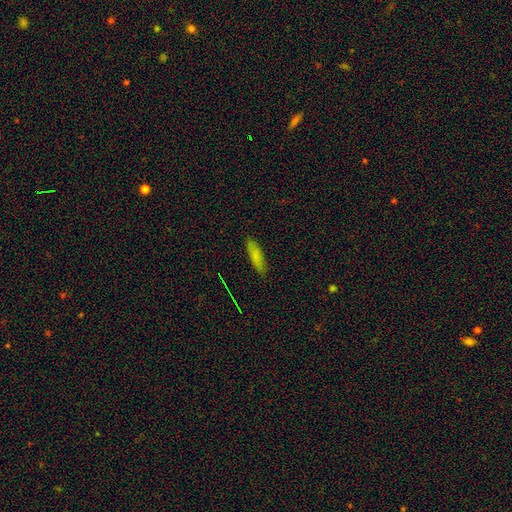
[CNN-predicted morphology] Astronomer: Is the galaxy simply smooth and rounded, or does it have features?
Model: smooth — 79%.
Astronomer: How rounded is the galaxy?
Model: cigar-shaped — 61% (runner-up: in between, 37%).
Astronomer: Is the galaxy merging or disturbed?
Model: none — 86%.